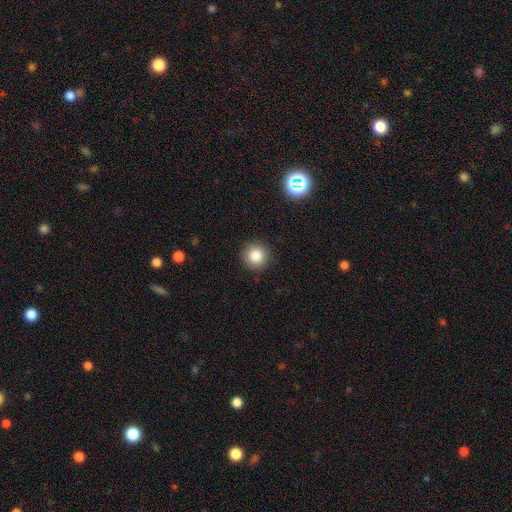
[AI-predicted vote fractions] smooth 84%, star or artifact 11%, featured or disk 5%. Down the decision tree: how rounded — round (95%); merging — none (91%).